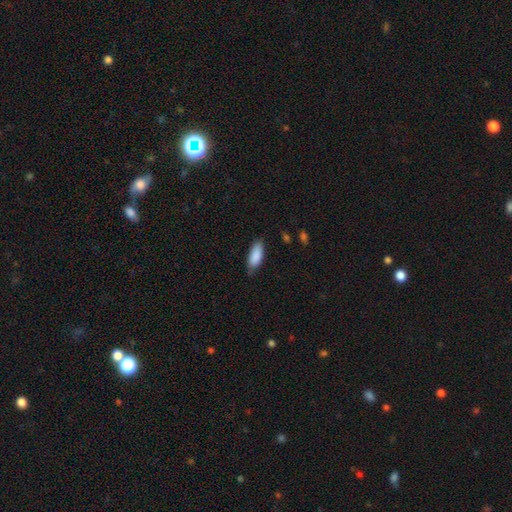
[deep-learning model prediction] Smooth or featured? Predicted: smooth (p=0.88). How rounded? Predicted: in between (p=0.77). Merging? Predicted: none (p=0.73).